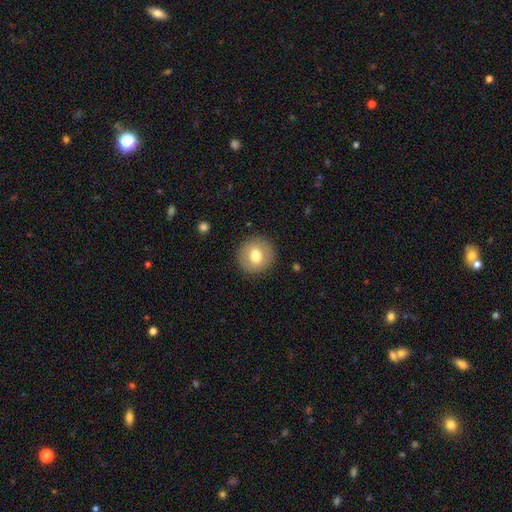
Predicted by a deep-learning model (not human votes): This is likely a smooth galaxy (71%). How rounded: clearly round (91%). Merging: clearly none (89%).